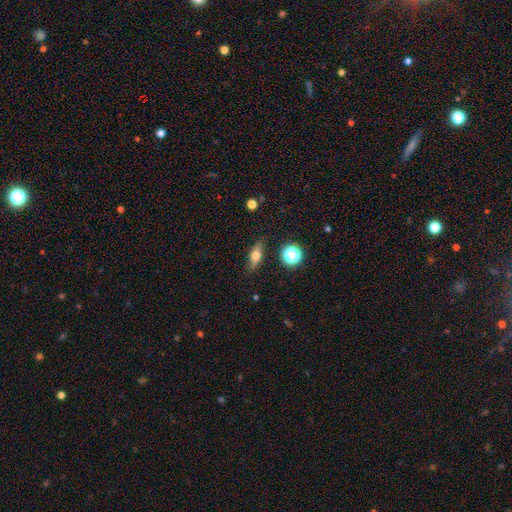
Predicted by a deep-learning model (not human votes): Overall: smooth (57%; featured or disk 33%). How rounded: in between (53%; cigar-shaped 36%). Merging: none (85%).